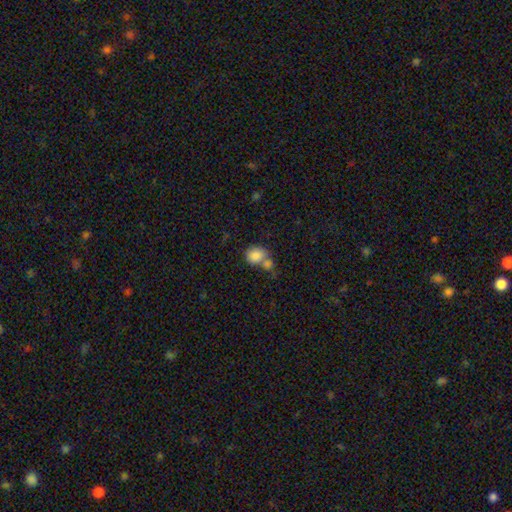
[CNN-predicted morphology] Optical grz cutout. It shows a smooth galaxy with no disk features (84%) that is round (63%). Merging: merger (50%).